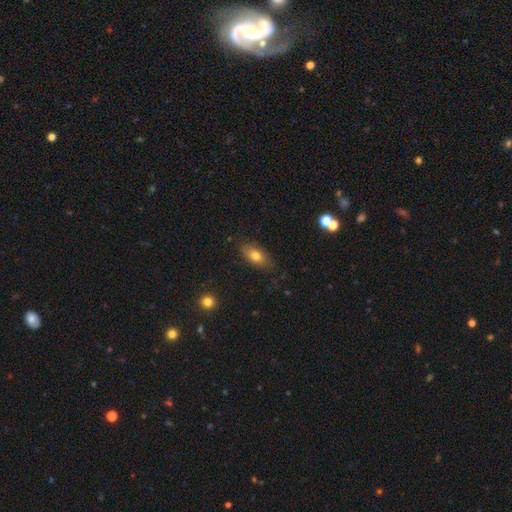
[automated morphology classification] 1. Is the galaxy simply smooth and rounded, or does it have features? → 74% smooth, 17% featured or disk, 8% star or artifact.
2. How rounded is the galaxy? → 88% in between, 7% round, 6% cigar-shaped.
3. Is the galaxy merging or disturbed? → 78% none, 16% minor disturbance, 4% major disturbance, 1% merger.